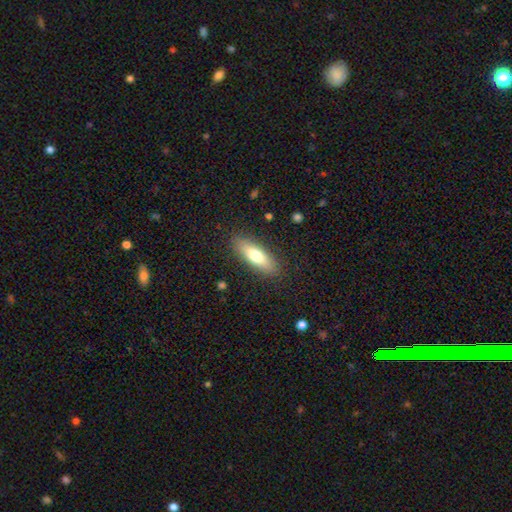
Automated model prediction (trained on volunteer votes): Smooth or featured: smooth — 71% (featured or disk — 22%)
How rounded: in between — 54% (cigar-shaped — 43%)
Merging: none — 87% (minor disturbance — 9%)